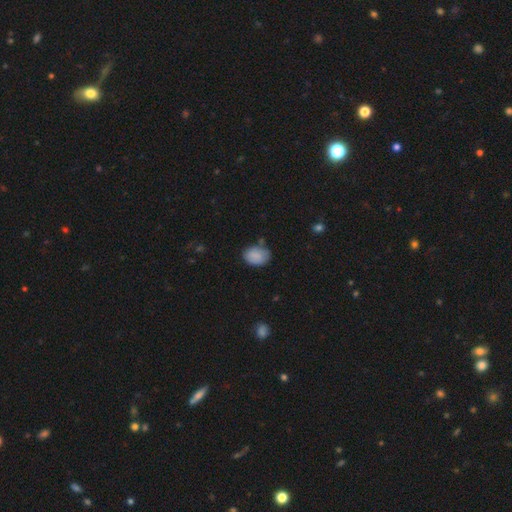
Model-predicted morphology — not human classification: smooth_or_featured: smooth (p=0.85) [alt: star or artifact p=0.08]
how_rounded: in between (p=0.74) [alt: round p=0.25]
merging: none (p=0.69) [alt: minor disturbance p=0.22]